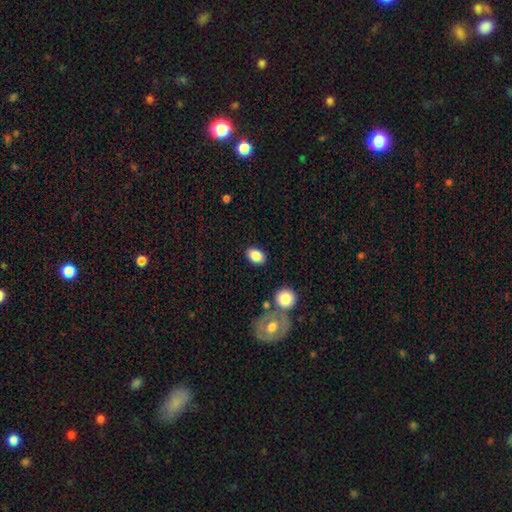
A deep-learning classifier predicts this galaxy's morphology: A smooth galaxy with no disk features (85%) that is in between round and cigar-shaped (80%). Merging: none (85%).